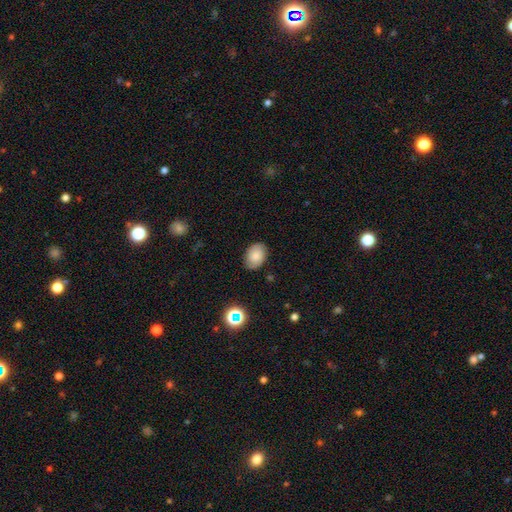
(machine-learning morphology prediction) smooth-or-featured: smooth: 59% | featured or disk: 30% | star or artifact: 11%
  how-rounded: in between: 78% | round: 21% | cigar-shaped: 1%
  merging: none: 81% | minor disturbance: 14% | major disturbance: 3% | merger: 1%